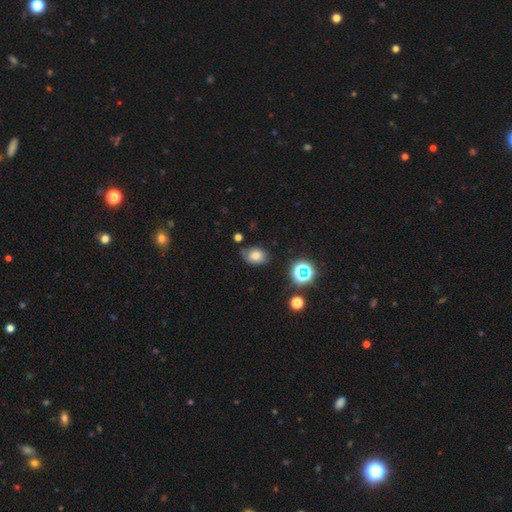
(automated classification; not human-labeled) smooth_or_featured: smooth (p=0.75) [alt: star or artifact p=0.14]
how_rounded: in between (p=0.69) [alt: round p=0.30]
merging: none (p=0.64) [alt: minor disturbance p=0.26]